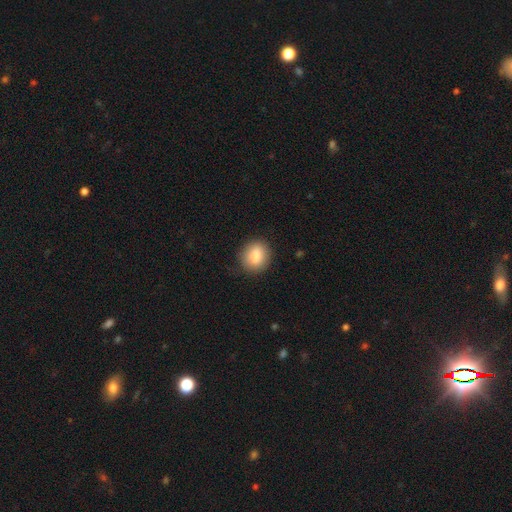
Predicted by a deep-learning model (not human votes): Morphology: type=smooth (84%); roundness=round (59%); merging=none (82%).